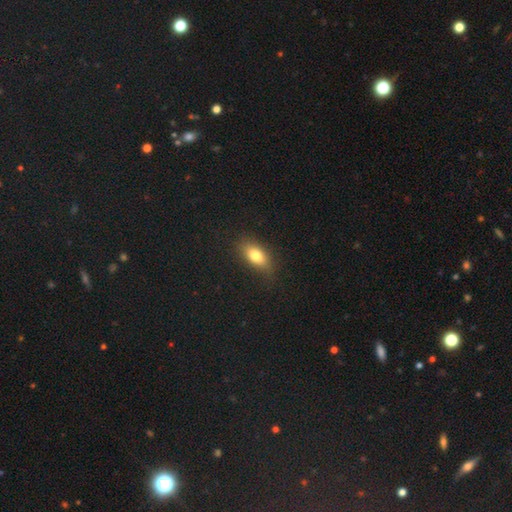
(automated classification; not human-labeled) A smooth galaxy with no disk features (78%) that is in between round and cigar-shaped (85%). Merging: none (82%).